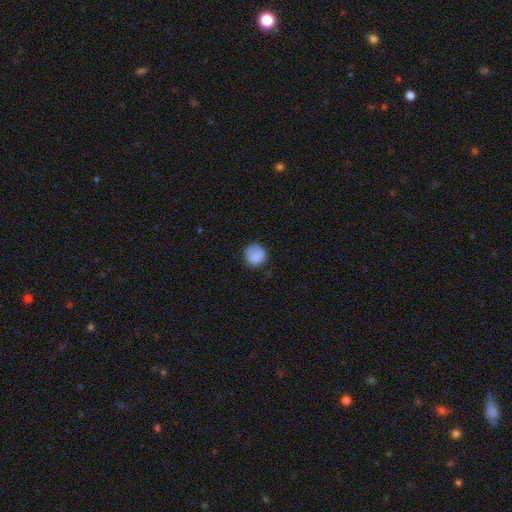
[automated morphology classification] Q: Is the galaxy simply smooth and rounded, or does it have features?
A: smooth — 85%.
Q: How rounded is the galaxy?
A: round — 89%.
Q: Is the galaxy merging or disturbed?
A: none — 75%.